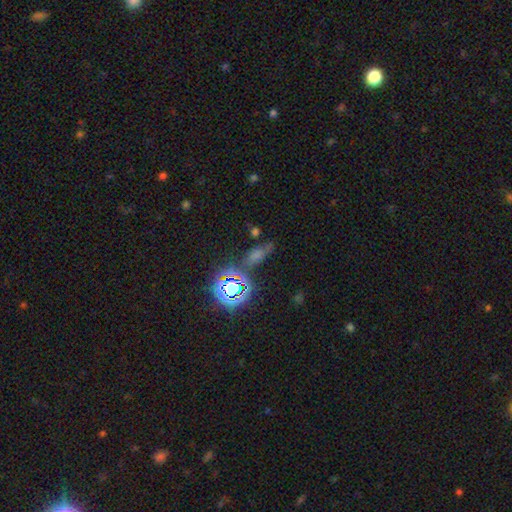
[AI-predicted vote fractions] Overall: star or artifact (56%; smooth 28%).